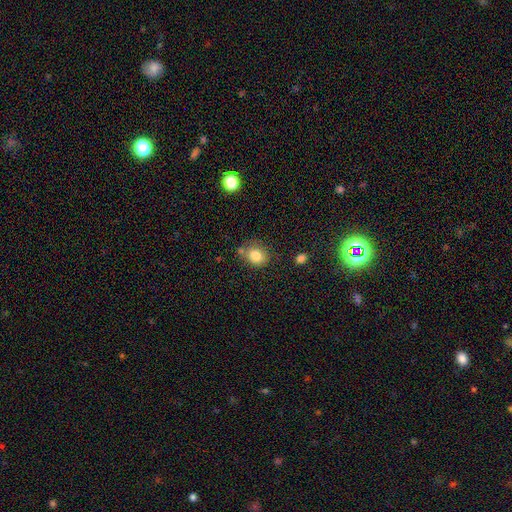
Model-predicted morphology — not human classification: The model was most divided on "how rounded": round: 62%, in between: 37%, cigar-shaped: 1%. More confident: smooth or featured — smooth (81%); merging — none (67%).